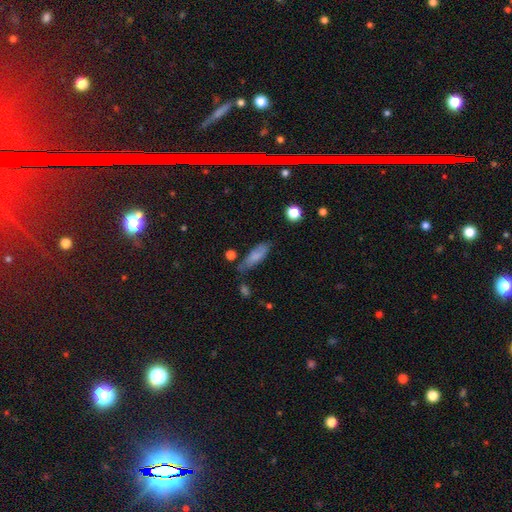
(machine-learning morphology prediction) smooth 77%, featured or disk 16%, star or artifact 8%. Down the decision tree: how rounded — in between (57%); merging — none (63%).